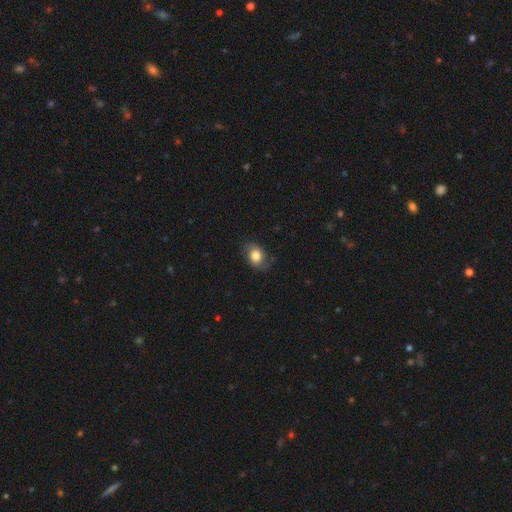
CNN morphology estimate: type=smooth (73%); roundness=in between (60%); merging=none (69%).